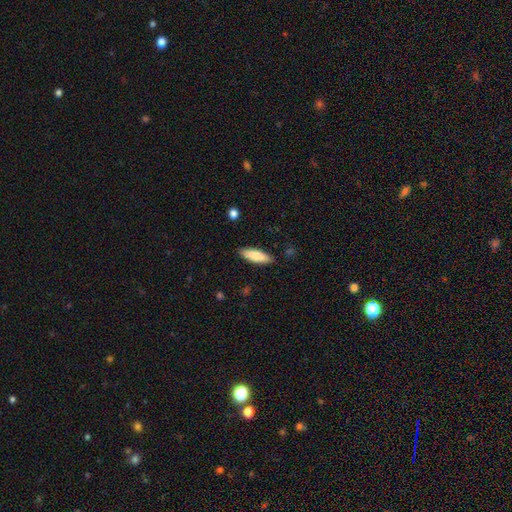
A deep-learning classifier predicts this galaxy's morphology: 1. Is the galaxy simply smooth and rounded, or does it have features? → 82% smooth, 12% featured or disk, 6% star or artifact.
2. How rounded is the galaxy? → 51% cigar-shaped, 48% in between, 2% round.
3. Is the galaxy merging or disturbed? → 88% none, 9% minor disturbance, 2% major disturbance, 1% merger.